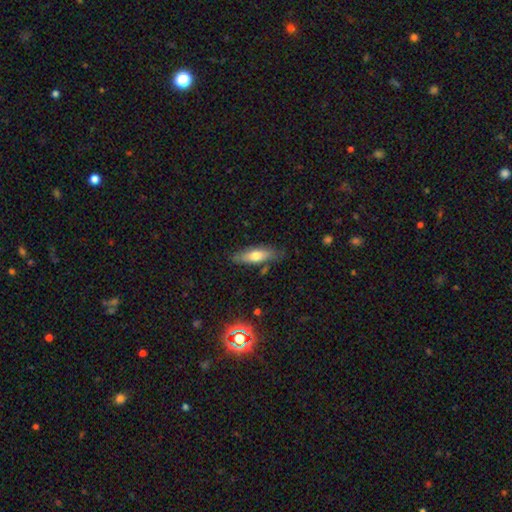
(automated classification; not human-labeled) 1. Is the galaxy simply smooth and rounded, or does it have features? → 64% smooth, 29% featured or disk, 7% star or artifact.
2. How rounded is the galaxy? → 50% cigar-shaped, 48% in between, 2% round.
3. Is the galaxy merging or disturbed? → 78% none, 15% minor disturbance, 3% merger, 3% major disturbance.